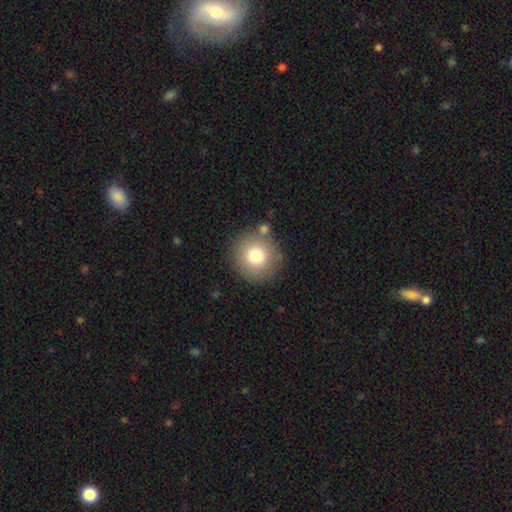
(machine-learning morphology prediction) Smooth or featured? smooth (77%)
How rounded? round (93%)
Merging? none (79%)